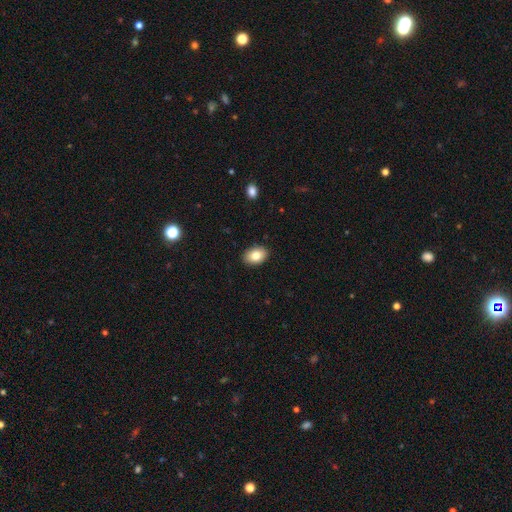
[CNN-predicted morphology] smooth_or_featured: smooth (p=0.82) [alt: featured or disk p=0.10]
how_rounded: in between (p=0.82) [alt: round p=0.17]
merging: none (p=0.90) [alt: minor disturbance p=0.08]